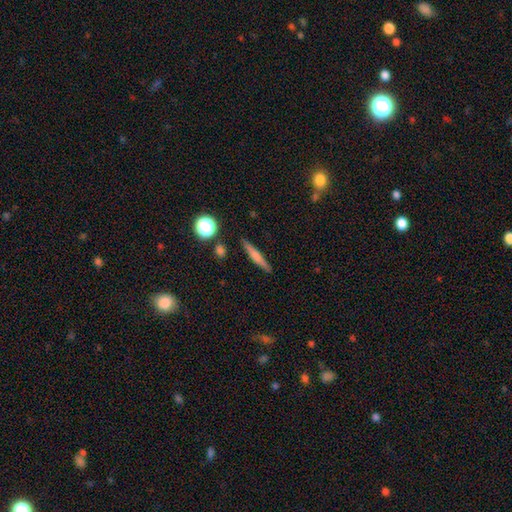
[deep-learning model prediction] Q: Smooth or featured?
A: smooth (58%); runner-up: featured or disk (33%)
Q: How rounded?
A: cigar-shaped (89%); runner-up: in between (7%)
Q: Merging?
A: none (87%); runner-up: minor disturbance (9%)